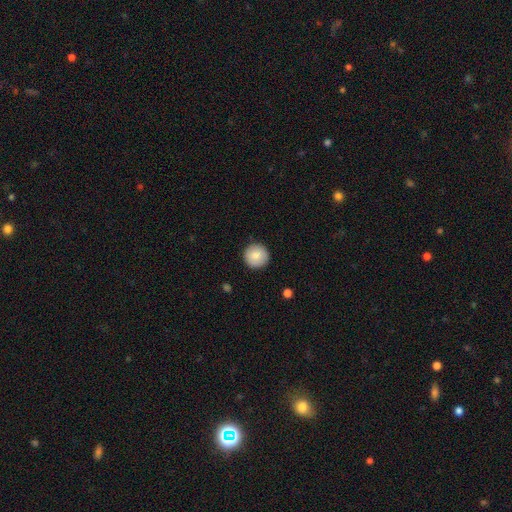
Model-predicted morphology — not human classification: This is clearly a smooth galaxy (83%). How rounded: clearly round (96%). Merging: clearly none (91%).